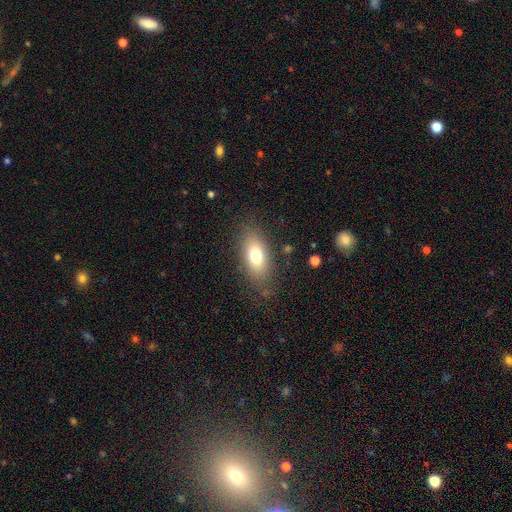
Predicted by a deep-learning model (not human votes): Smooth or featured?
  - smooth: 74% *
  - featured or disk: 17%
  - star or artifact: 9%
How rounded?
  - in between: 85% *
  - cigar-shaped: 9%
  - round: 6%
Merging?
  - none: 80% *
  - minor disturbance: 14%
  - major disturbance: 5%
  - merger: 1%